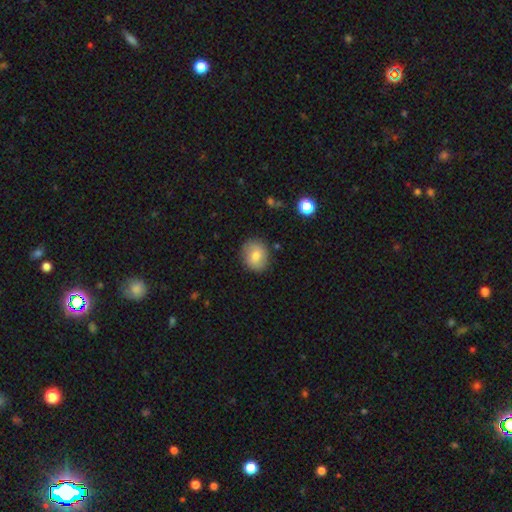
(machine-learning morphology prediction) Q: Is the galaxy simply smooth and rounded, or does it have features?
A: smooth — 75%.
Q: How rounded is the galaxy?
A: round — 67%.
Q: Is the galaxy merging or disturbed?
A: none — 85%.